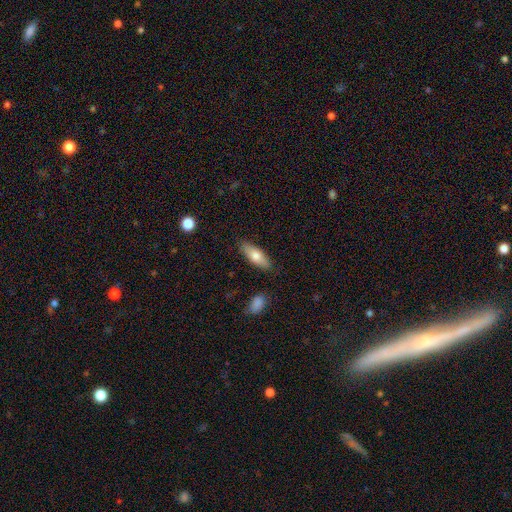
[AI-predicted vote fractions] Smooth or featured? Predicted: smooth (p=0.72). How rounded? Predicted: in between (p=0.65). Merging? Predicted: none (p=0.84).